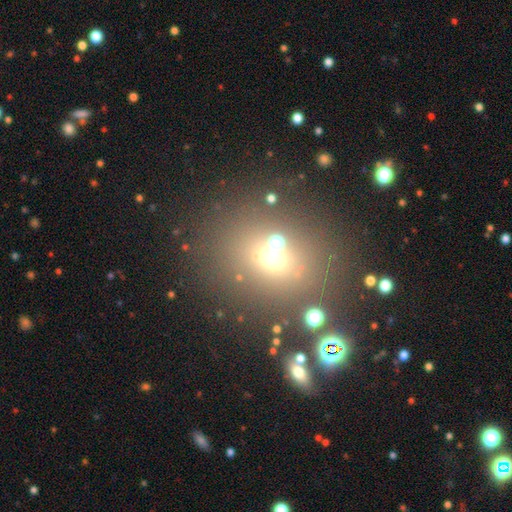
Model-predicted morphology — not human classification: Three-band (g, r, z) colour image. It shows a smooth galaxy with no disk features (48%). Merging: none (64%).